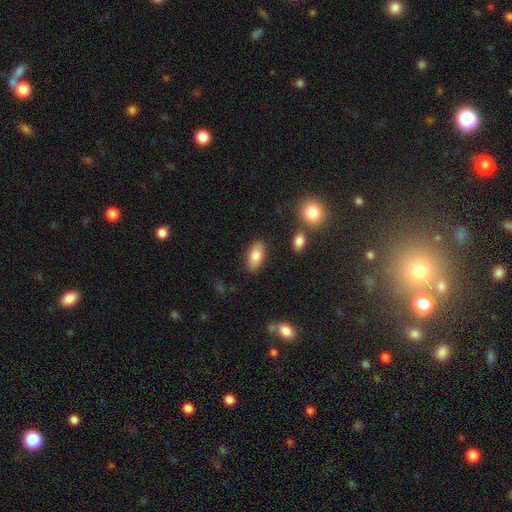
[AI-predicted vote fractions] Smooth or featured: smooth — 79% (featured or disk — 14%)
How rounded: in between — 91% (cigar-shaped — 6%)
Merging: none — 85% (minor disturbance — 10%)